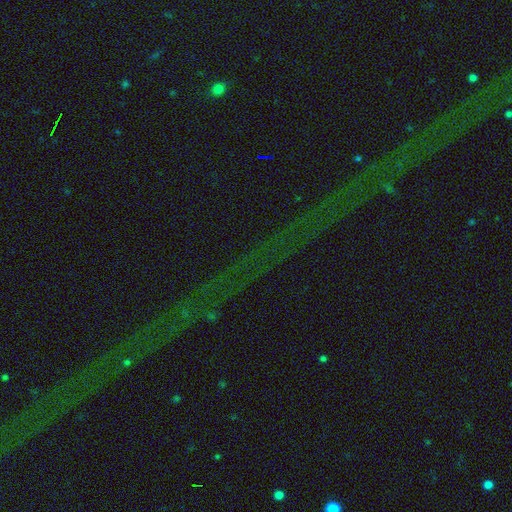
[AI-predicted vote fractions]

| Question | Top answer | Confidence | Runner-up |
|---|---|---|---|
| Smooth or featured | star or artifact | 79% | featured or disk (12%) |